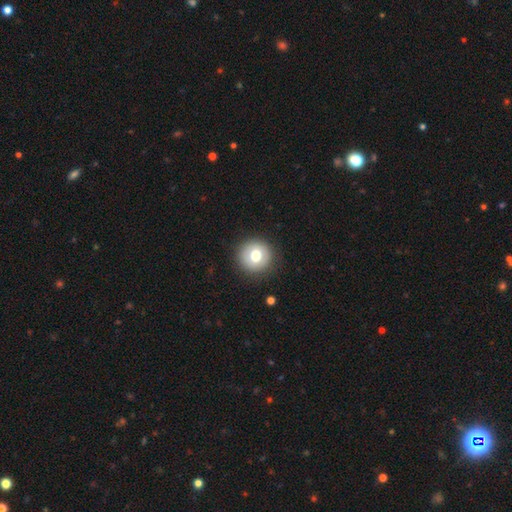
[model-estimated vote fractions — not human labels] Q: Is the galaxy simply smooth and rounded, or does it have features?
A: smooth — 72%.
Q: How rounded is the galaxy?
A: round — 94%.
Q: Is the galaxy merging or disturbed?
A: none — 90%.